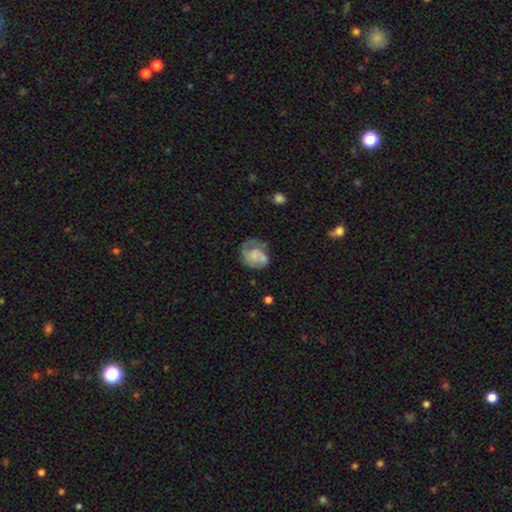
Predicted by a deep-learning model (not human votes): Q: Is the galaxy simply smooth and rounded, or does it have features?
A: featured or disk — 59%.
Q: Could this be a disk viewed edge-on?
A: no — 98%.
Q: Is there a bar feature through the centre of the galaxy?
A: no — 70%.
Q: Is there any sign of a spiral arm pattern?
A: yes — 83%.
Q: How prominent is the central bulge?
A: none — 45%.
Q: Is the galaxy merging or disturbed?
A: none — 44%.